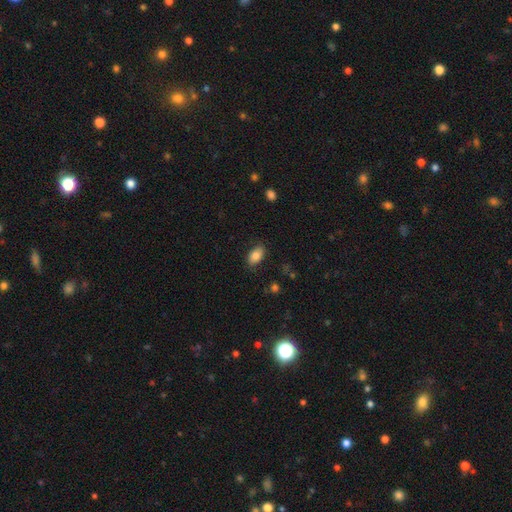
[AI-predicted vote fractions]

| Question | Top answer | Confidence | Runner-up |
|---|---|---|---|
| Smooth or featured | smooth | 83% | featured or disk (10%) |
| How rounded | in between | 91% | round (6%) |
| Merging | none | 82% | minor disturbance (14%) |